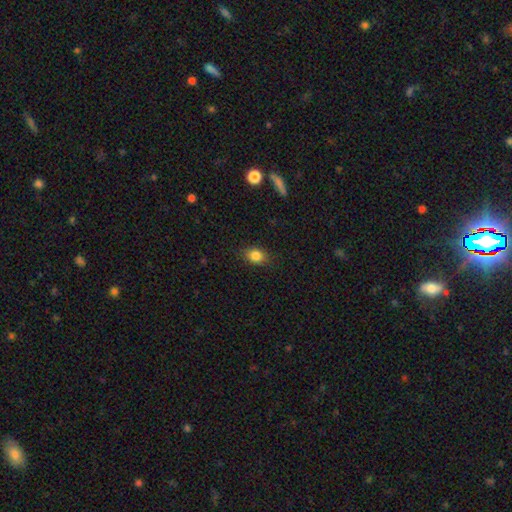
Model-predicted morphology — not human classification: This is clearly a smooth galaxy (84%). How rounded: likely in between (60%). Merging: clearly none (84%).